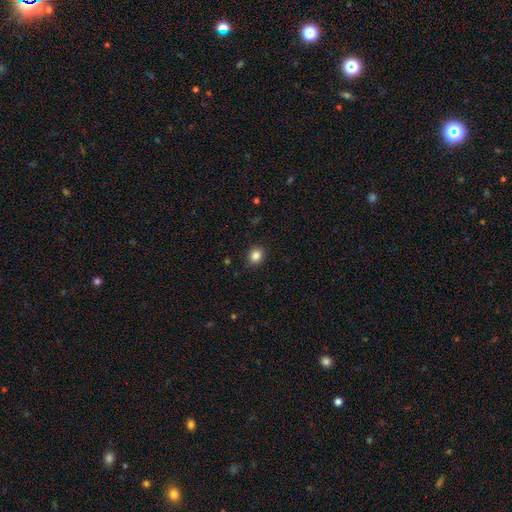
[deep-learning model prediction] Smooth or featured? smooth (85%)
How rounded? round (69%)
Merging? none (89%)